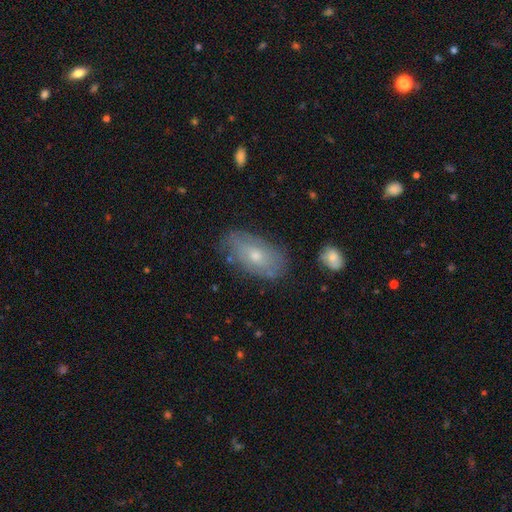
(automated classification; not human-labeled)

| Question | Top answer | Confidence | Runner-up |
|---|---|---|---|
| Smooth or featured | featured or disk | 52% | smooth (40%) |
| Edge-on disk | no | 90% | yes (10%) |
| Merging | none | 72% | minor disturbance (20%) |